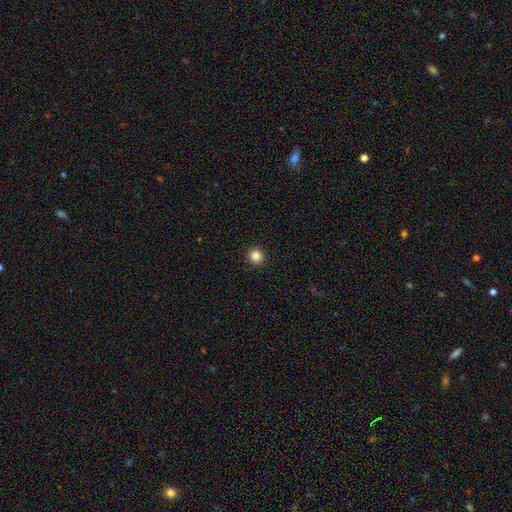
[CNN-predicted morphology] This is clearly a smooth galaxy (85%). How rounded: clearly round (91%). Merging: clearly none (93%).